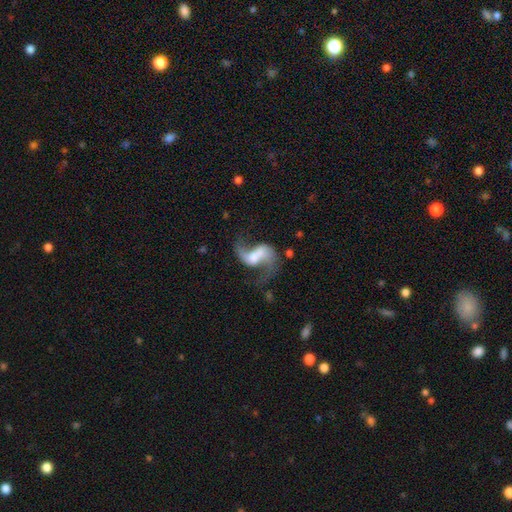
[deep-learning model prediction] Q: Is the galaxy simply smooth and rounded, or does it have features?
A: featured or disk — 85%.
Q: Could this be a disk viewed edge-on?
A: no — 97%.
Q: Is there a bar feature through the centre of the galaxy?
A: weak — 40%.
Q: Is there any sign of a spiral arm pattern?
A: yes — 94%.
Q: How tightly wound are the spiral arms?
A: loose — 79%.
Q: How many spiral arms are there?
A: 2 — 91%.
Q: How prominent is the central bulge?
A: moderate — 37%.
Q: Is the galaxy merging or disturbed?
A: none — 49%.